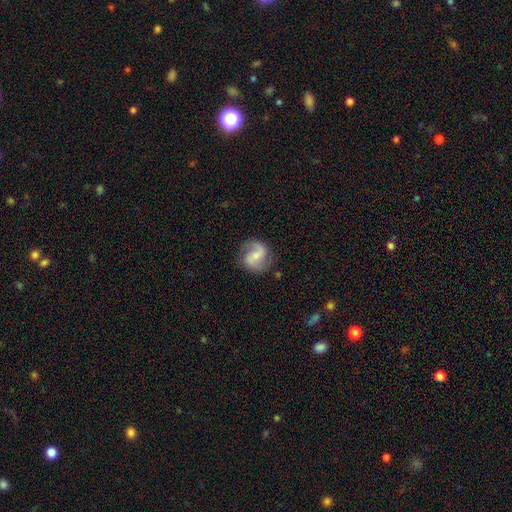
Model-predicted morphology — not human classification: Overall: featured or disk (74%). Edge-on disk: no (98%). Bar: weak (45%; no 35%). Spiral arms: yes (94%). Spiral arm count: 2 (87%). Spiral winding: medium (47%; loose 34%). Bulge size: small (51%; moderate 38%). Merging: none (79%).